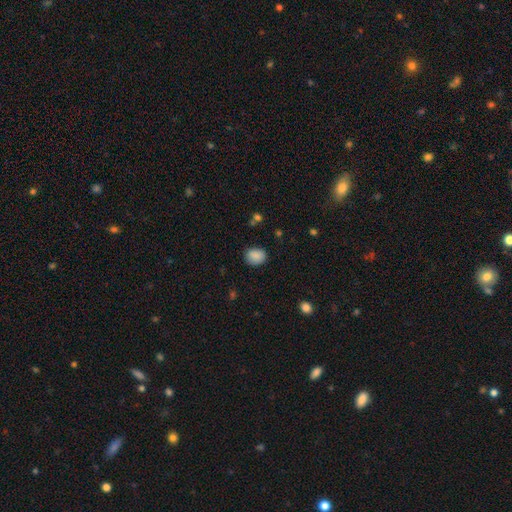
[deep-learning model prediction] smooth 87%, star or artifact 9%, featured or disk 4%. Down the decision tree: how rounded — round (50%); merging — none (80%).